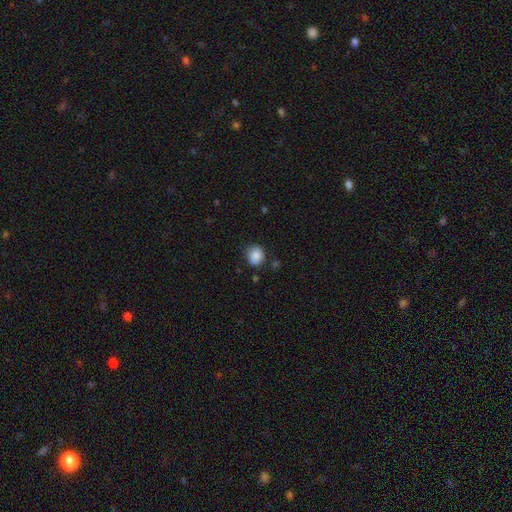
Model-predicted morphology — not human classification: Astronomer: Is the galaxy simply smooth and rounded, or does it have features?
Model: smooth — 86%.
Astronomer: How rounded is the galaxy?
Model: round — 72%.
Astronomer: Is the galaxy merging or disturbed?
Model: none — 75%.